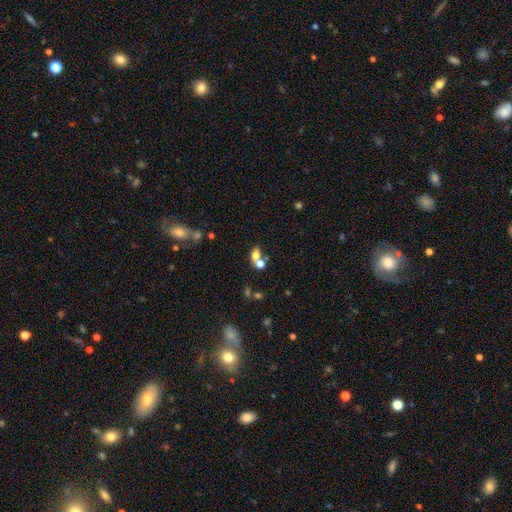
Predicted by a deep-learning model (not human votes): The model was most divided on "merging": merger: 48%, none: 38%, minor disturbance: 9%, major disturbance: 5%. More confident: smooth or featured — smooth (70%); how rounded — in between (67%).